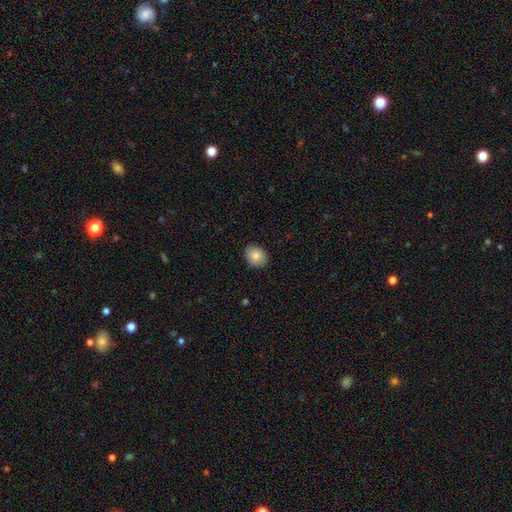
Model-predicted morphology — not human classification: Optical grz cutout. It shows a smooth galaxy with no disk features (86%) that is round (53%). Merging: none (88%).